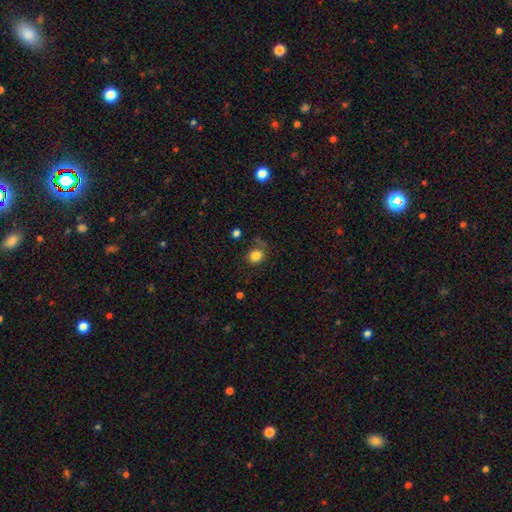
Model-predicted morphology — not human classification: This appears to be a smooth galaxy with no disk features (81%) that is round (69%). Merging: none (61%).